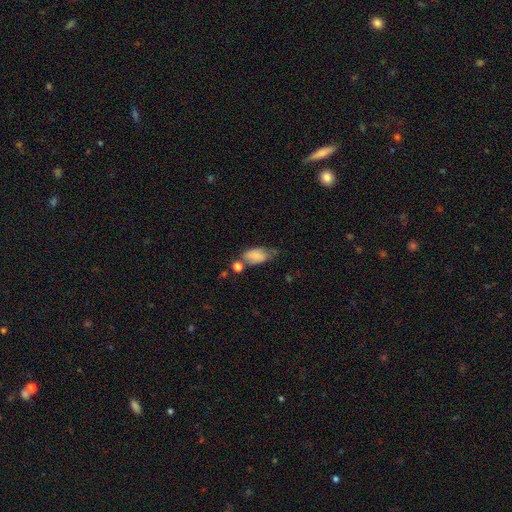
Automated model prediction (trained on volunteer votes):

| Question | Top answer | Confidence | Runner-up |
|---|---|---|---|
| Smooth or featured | smooth | 77% | featured or disk (15%) |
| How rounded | in between | 91% | round (6%) |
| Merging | none | 39% | minor disturbance (31%) |